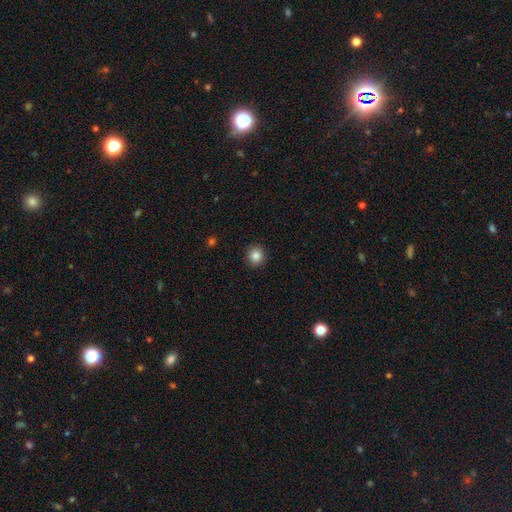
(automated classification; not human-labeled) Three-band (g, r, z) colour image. It shows a smooth galaxy with no disk features (85%) that is round (90%). Merging: none (92%).